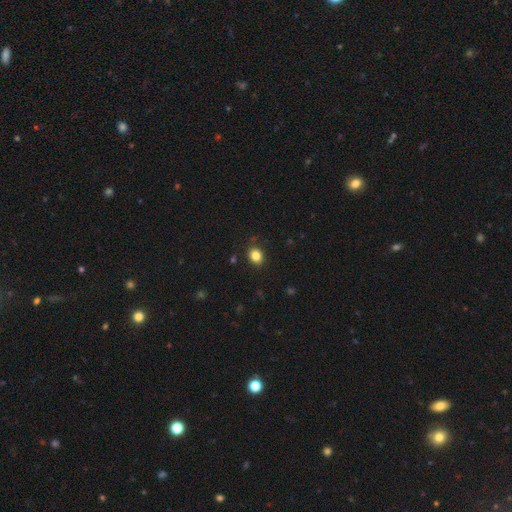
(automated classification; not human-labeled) This appears to be a smooth galaxy with no disk features (84%) that is round (54%). Merging: none (87%).